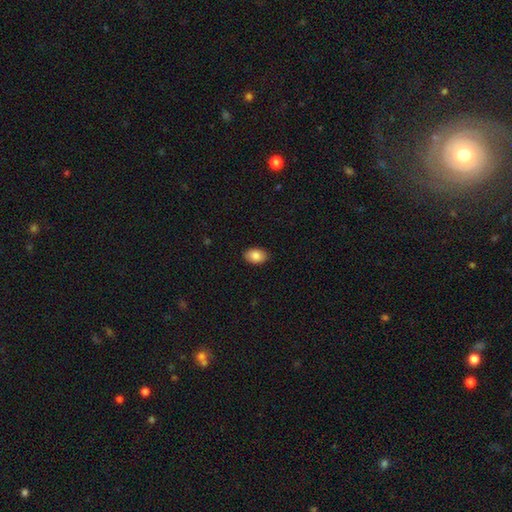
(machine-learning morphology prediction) Overall: smooth (87%). How rounded: in between (89%). Merging: none (88%).